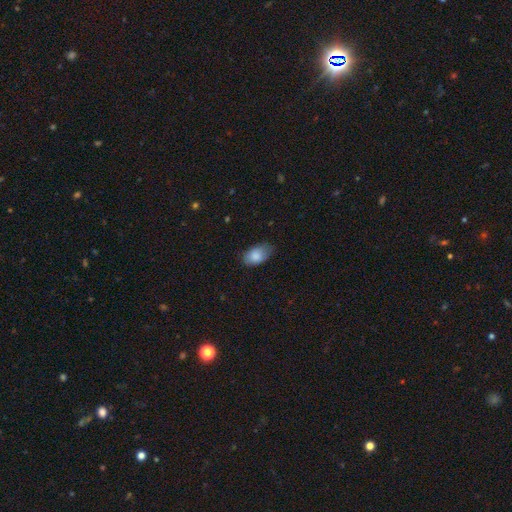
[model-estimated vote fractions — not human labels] This appears to be a smooth galaxy with no disk features (85%) that is in between round and cigar-shaped (91%). Merging: none (70%).